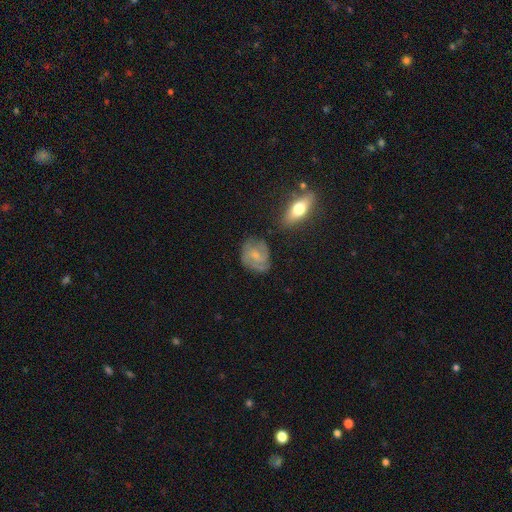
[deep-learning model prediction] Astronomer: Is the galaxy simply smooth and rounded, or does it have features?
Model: featured or disk — 60%.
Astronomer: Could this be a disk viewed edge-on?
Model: no — 96%.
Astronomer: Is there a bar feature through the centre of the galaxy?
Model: no — 55% (runner-up: weak, 38%).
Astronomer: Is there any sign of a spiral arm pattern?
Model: yes — 81%.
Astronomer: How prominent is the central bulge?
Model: small — 52% (runner-up: moderate, 28%).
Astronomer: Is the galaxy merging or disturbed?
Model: none — 65%.